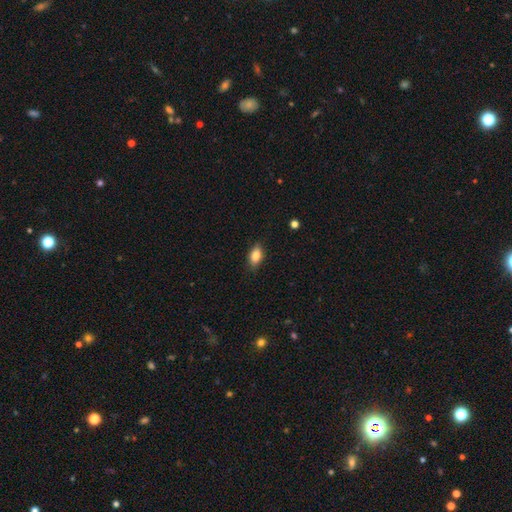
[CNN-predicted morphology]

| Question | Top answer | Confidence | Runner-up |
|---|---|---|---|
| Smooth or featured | smooth | 83% | featured or disk (9%) |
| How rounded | in between | 87% | round (8%) |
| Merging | none | 85% | minor disturbance (12%) |